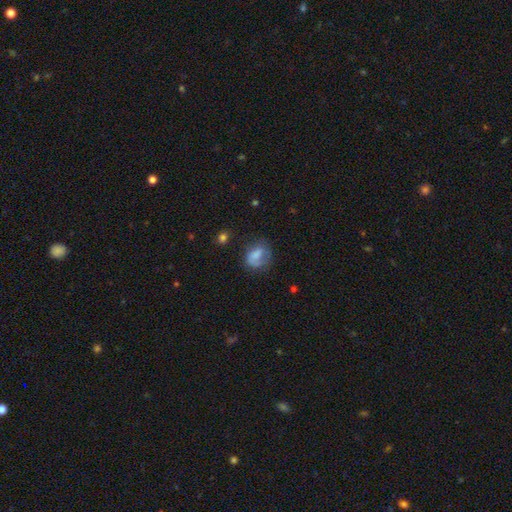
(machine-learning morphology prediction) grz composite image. It shows a smooth galaxy with no disk features (66%) that is in between round and cigar-shaped (55%). Merging: none (45%).